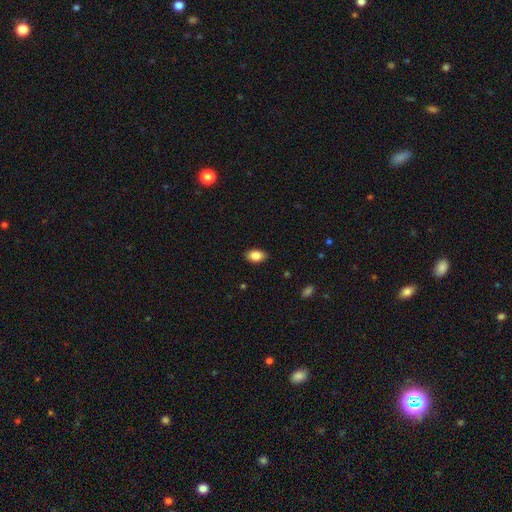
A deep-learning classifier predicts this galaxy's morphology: Smooth or featured?
  - smooth: 86% *
  - star or artifact: 8%
  - featured or disk: 6%
How rounded?
  - in between: 87% *
  - round: 11%
  - cigar-shaped: 1%
Merging?
  - none: 86% *
  - minor disturbance: 11%
  - major disturbance: 2%
  - merger: 1%